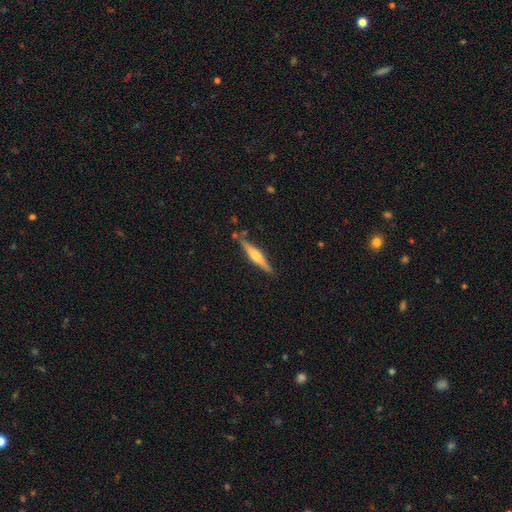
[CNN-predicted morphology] Smooth or featured?
  - featured or disk: 60% *
  - smooth: 34%
  - star or artifact: 6%
Edge-on disk?
  - yes: 97% *
  - no: 3%
Edge-on bulge?
  - rounded: 76% *
  - boxy: 16%
  - none: 8%
Merging?
  - none: 84% *
  - minor disturbance: 11%
  - merger: 3%
  - major disturbance: 2%